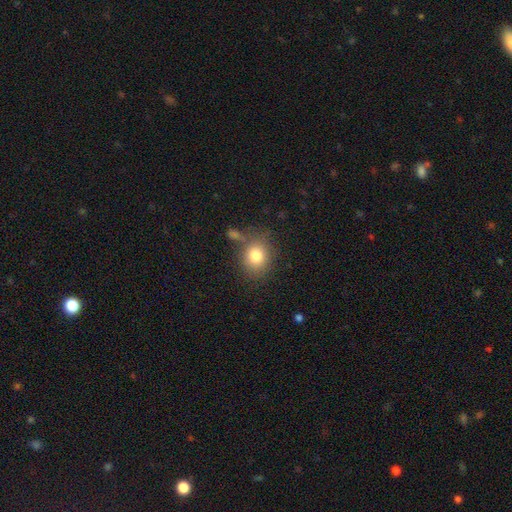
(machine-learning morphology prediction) Smooth or featured?
  - smooth: 81% *
  - star or artifact: 10%
  - featured or disk: 9%
How rounded?
  - round: 66% *
  - in between: 33%
  - cigar-shaped: 1%
Merging?
  - none: 69% *
  - minor disturbance: 15%
  - merger: 9%
  - major disturbance: 6%